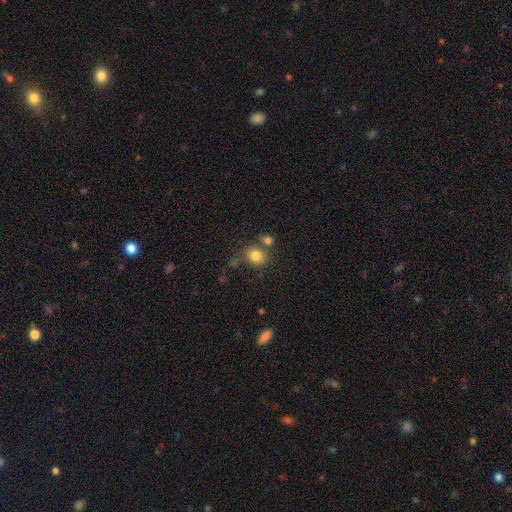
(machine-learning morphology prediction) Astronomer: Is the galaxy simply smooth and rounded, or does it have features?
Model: smooth — 82%.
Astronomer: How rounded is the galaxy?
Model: round — 77%.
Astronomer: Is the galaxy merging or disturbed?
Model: none — 65%.